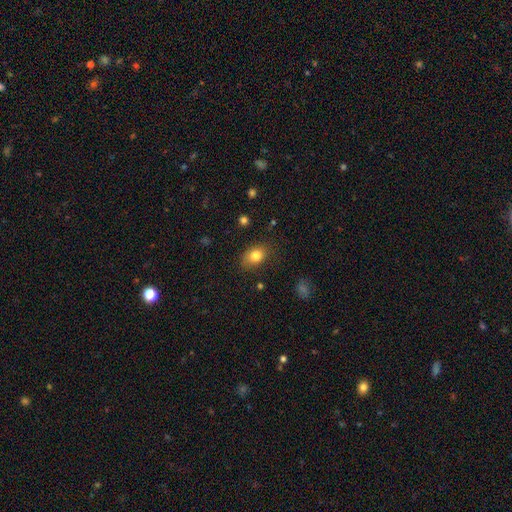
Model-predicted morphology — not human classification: Smooth or featured? smooth (81%)
How rounded? in between (73%)
Merging? none (76%)